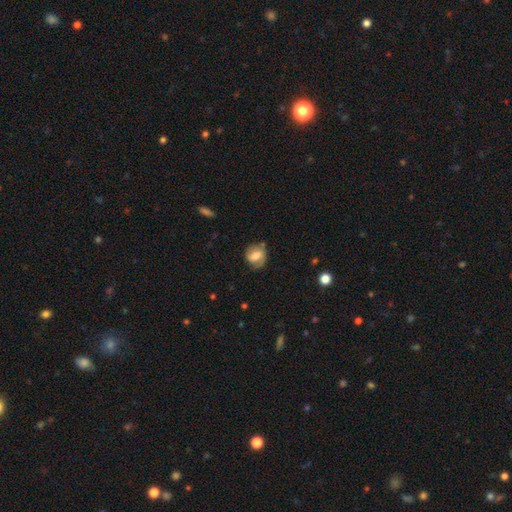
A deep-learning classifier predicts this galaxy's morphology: Smooth or featured? Predicted: smooth (p=0.53). How rounded? Predicted: round (p=0.69). Merging? Predicted: none (p=0.69).